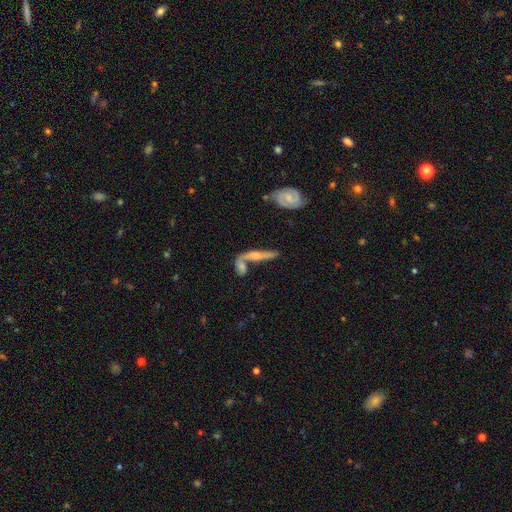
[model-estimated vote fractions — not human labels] Q: Smooth or featured?
A: featured or disk (59%); runner-up: smooth (32%)
Q: Edge-on disk?
A: yes (54%); runner-up: no (46%)
Q: Merging?
A: merger (45%); runner-up: none (32%)